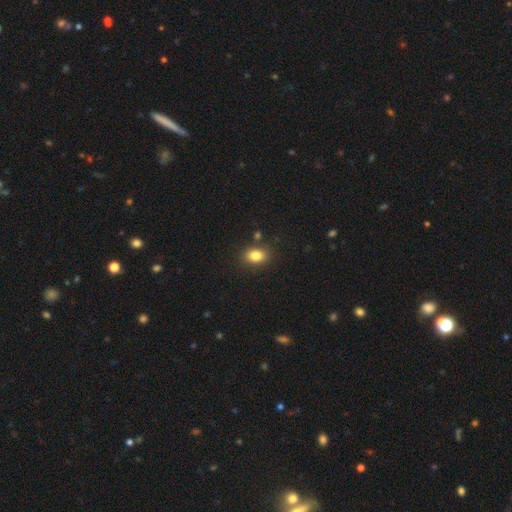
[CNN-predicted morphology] Smooth or featured: smooth — 83% (star or artifact — 10%)
How rounded: in between — 71% (round — 28%)
Merging: none — 82% (minor disturbance — 11%)